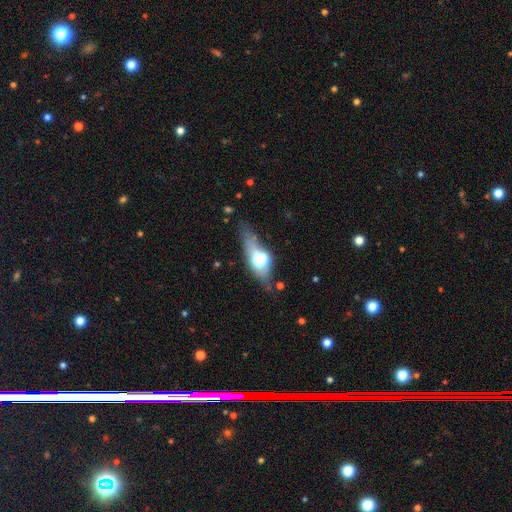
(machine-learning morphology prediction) Smooth or featured? Predicted: featured or disk (p=0.46). Merging? Predicted: none (p=0.60).